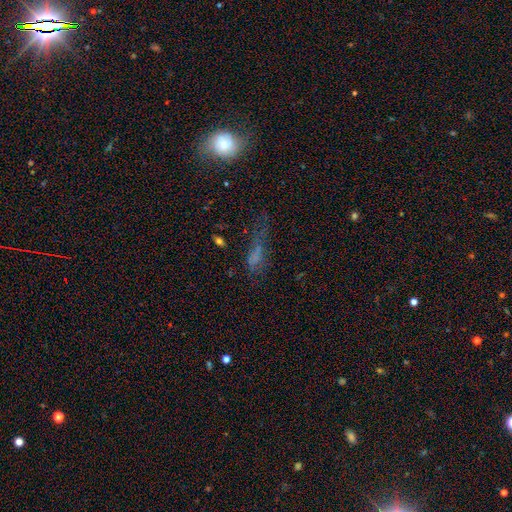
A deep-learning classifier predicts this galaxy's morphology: Smooth or featured? Predicted: smooth (p=0.48). Merging? Predicted: none (p=0.37).